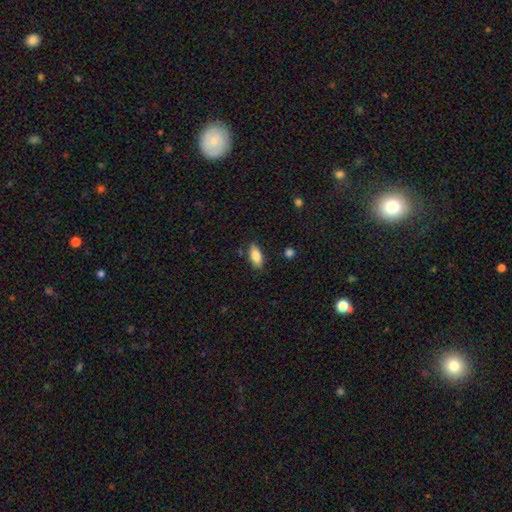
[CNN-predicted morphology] smooth 87%, star or artifact 7%, featured or disk 6%. Down the decision tree: how rounded — in between (89%); merging — none (83%).